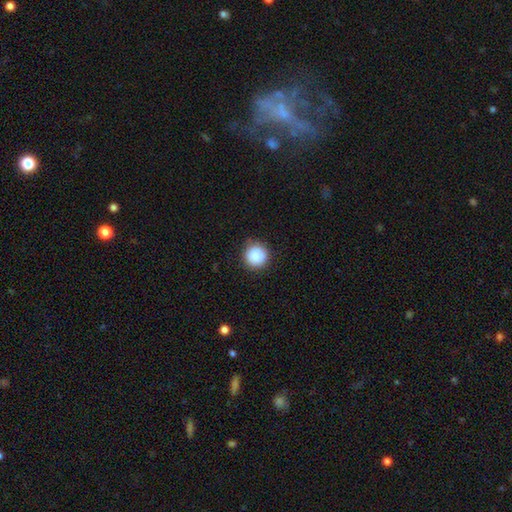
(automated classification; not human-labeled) Overall: smooth (87%). How rounded: round (95%). Merging: none (88%).